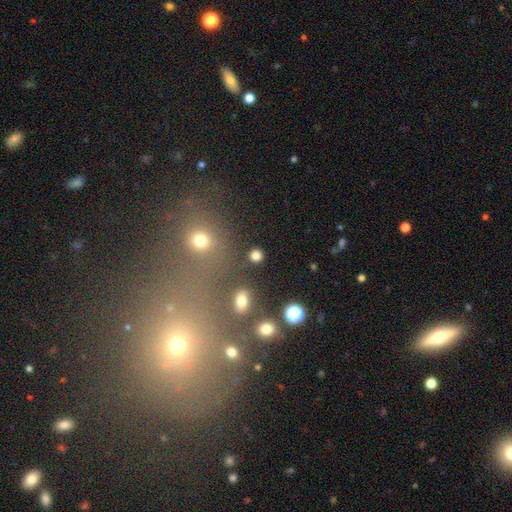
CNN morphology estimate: A smooth galaxy with no disk features (80%) that is round (84%).

Vote fractions:
- Smooth or featured? smooth: 80% / star or artifact: 15% / featured or disk: 6%
- How rounded? round: 84% / in between: 14% / cigar-shaped: 2%
- Merging? none: 85% / minor disturbance: 7% / merger: 5% / major disturbance: 3%